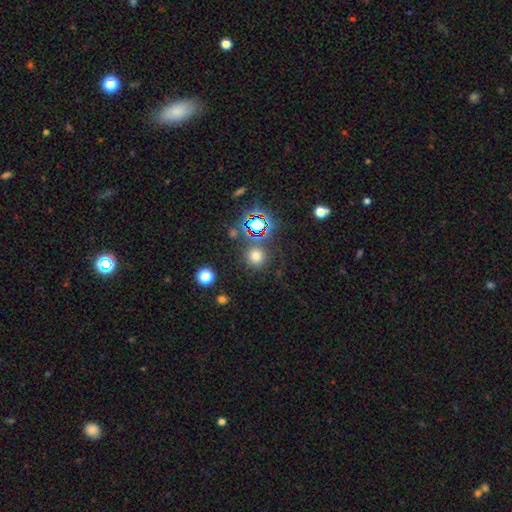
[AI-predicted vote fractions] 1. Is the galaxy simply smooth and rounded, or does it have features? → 66% smooth, 27% star or artifact, 7% featured or disk.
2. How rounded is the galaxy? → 92% round, 7% in between, 1% cigar-shaped.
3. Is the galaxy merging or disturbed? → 80% none, 9% minor disturbance, 6% merger, 4% major disturbance.